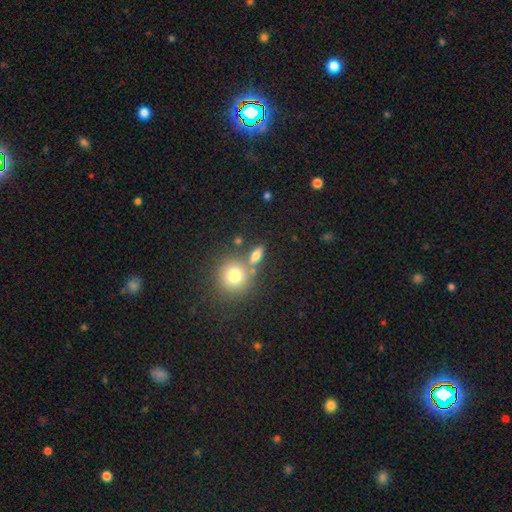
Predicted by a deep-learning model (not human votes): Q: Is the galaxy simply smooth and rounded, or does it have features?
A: smooth — 70%.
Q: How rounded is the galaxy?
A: in between — 52%.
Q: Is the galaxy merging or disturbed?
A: none — 67%.